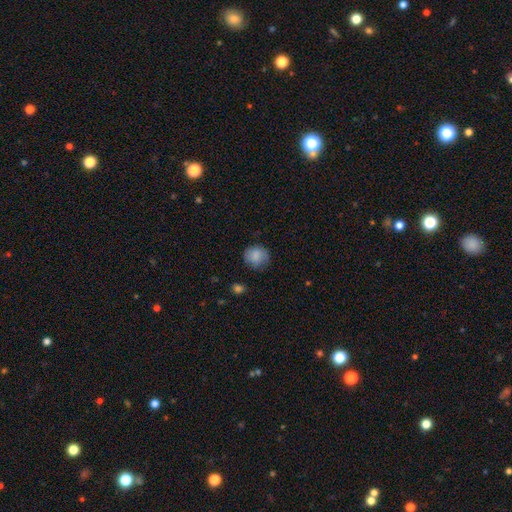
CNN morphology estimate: The model was most divided on "merging": none: 71%, minor disturbance: 22%, major disturbance: 6%, merger: 1%. More confident: smooth or featured — smooth (83%); how rounded — round (80%).